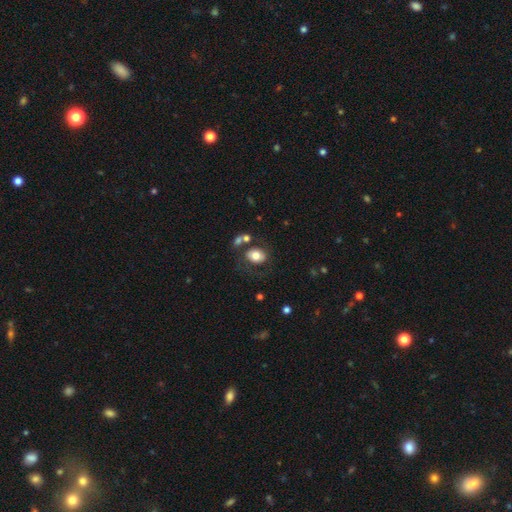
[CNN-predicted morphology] Smooth or featured? smooth (73%)
How rounded? in between (63%)
Merging? none (59%)